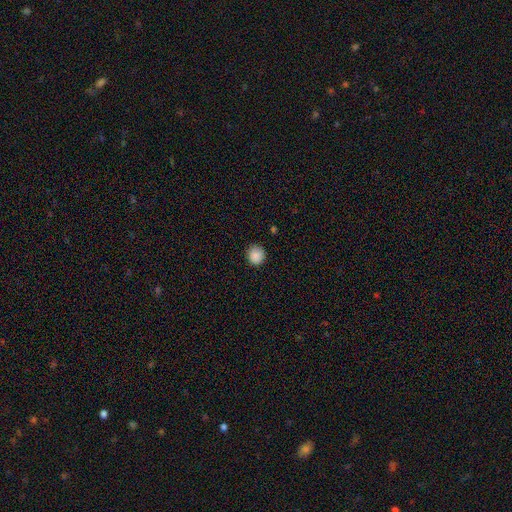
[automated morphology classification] A smooth galaxy with no disk features (88%) that is round (88%).

Vote fractions:
- Smooth or featured? smooth: 88% / star or artifact: 9% / featured or disk: 3%
- How rounded? round: 88% / in between: 11% / cigar-shaped: 1%
- Merging? none: 86% / minor disturbance: 11% / major disturbance: 2% / merger: 1%